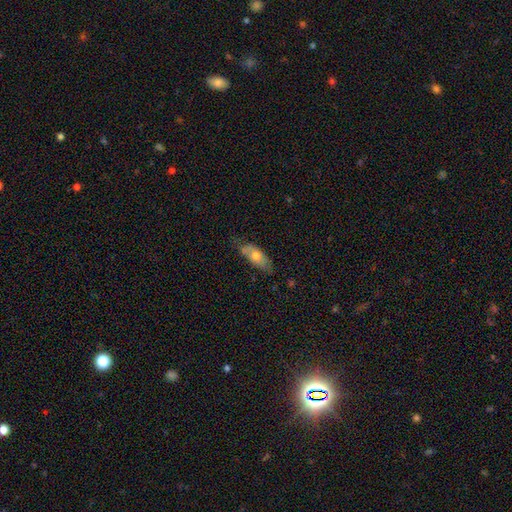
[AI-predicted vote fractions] Smooth or featured?
  - smooth: 65% *
  - featured or disk: 29%
  - star or artifact: 6%
How rounded?
  - in between: 80% *
  - cigar-shaped: 17%
  - round: 3%
Merging?
  - none: 58% *
  - minor disturbance: 32%
  - major disturbance: 8%
  - merger: 3%